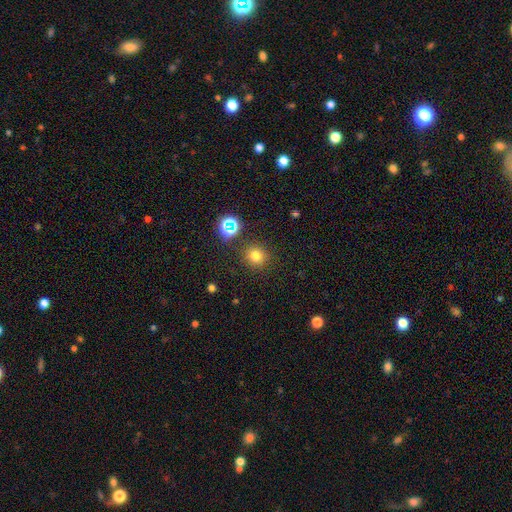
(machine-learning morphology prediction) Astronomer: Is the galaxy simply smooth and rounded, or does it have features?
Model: smooth — 74%.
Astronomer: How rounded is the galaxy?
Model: round — 92%.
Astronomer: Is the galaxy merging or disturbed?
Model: none — 88%.